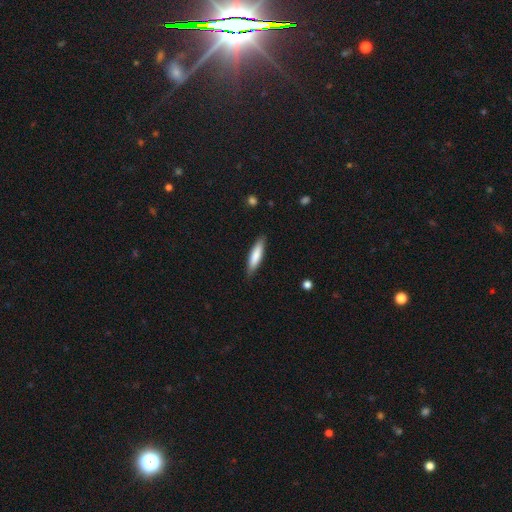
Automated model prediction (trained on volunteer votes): Smooth or featured? Predicted: smooth (p=0.78). How rounded? Predicted: cigar-shaped (p=0.75). Merging? Predicted: none (p=0.85).